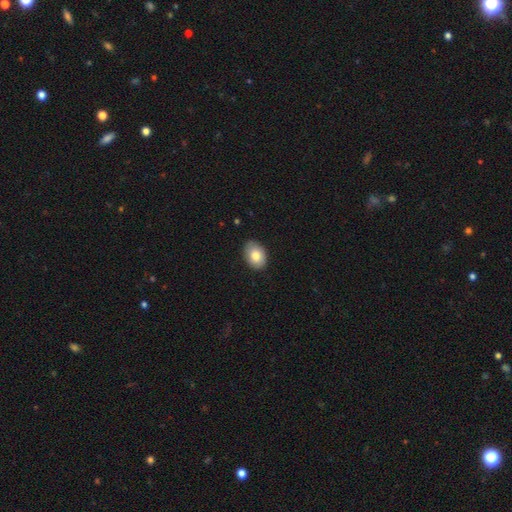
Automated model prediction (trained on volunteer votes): smooth-or-featured: smooth: 81% | featured or disk: 12% | star or artifact: 7%
  how-rounded: in between: 81% | round: 18% | cigar-shaped: 1%
  merging: none: 85% | minor disturbance: 12% | major disturbance: 2% | merger: 1%